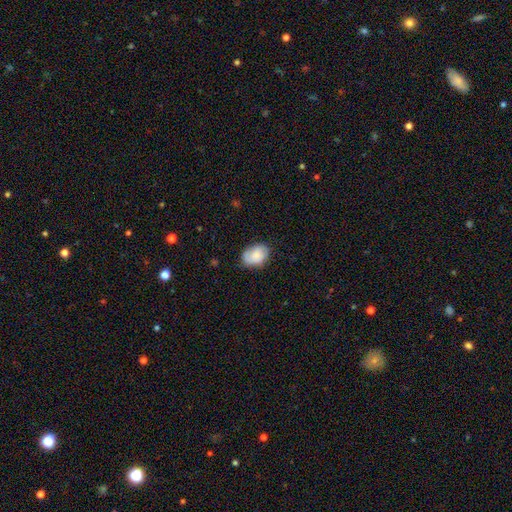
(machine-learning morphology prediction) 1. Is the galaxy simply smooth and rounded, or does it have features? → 77% smooth, 16% featured or disk, 7% star or artifact.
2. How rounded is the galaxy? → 80% in between, 19% round, 1% cigar-shaped.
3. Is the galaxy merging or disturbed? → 67% none, 26% minor disturbance, 6% major disturbance, 1% merger.